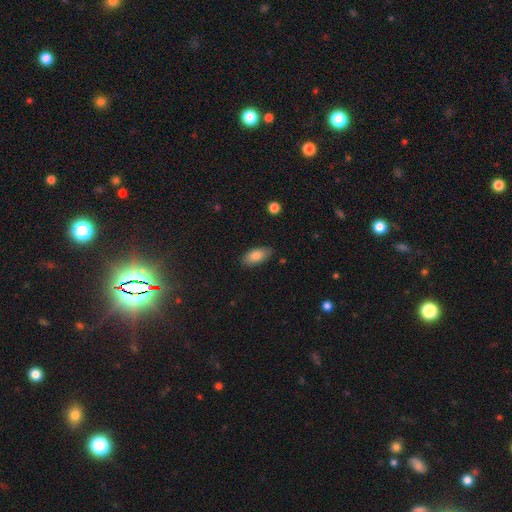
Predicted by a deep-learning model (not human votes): A smooth galaxy with no disk features (85%) that is in between round and cigar-shaped (90%).

Vote fractions:
- Smooth or featured? smooth: 85% / featured or disk: 8% / star or artifact: 7%
- How rounded? in between: 90% / cigar-shaped: 7% / round: 3%
- Merging? none: 80% / minor disturbance: 16% / major disturbance: 3% / merger: 1%